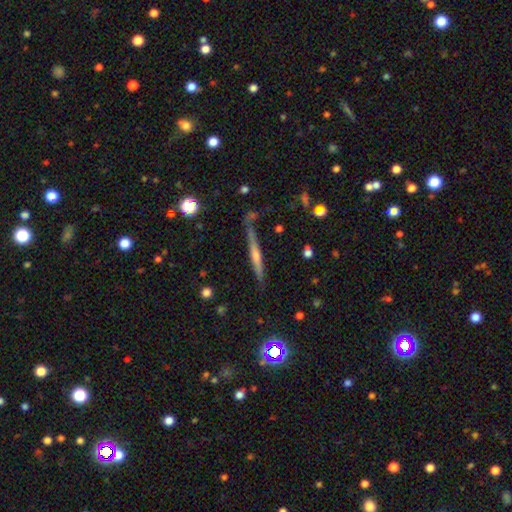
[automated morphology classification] Smooth or featured? Predicted: featured or disk (p=0.59). Edge-on disk? Predicted: yes (p=0.95). Edge-on bulge? Predicted: rounded (p=0.50). Merging? Predicted: none (p=0.74).